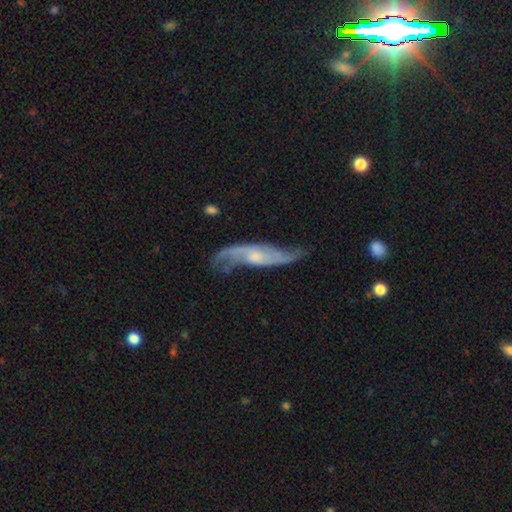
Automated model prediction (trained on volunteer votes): Overall: featured or disk (81%). Edge-on disk: no (77%). Bar: no (60%; weak 33%). Spiral arms: yes (93%). Spiral arm count: 2 (84%). Spiral winding: loose (63%; medium 27%). Bulge size: small (43%; moderate 42%). Merging: none (60%; minor disturbance 24%).